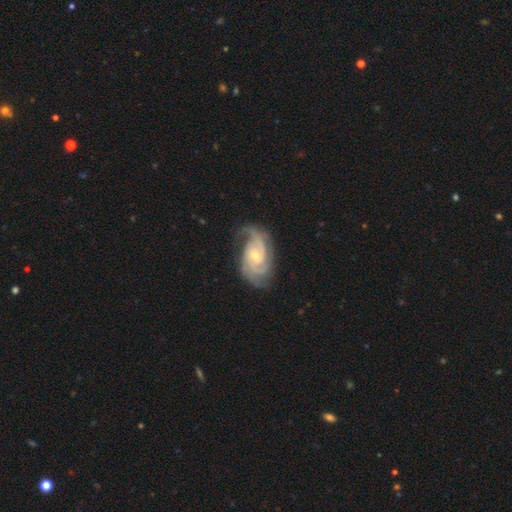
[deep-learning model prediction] A featured or disk galaxy (90%) with no bar (63%), 2 (41%) tight (45%) spiral arms (98%) and a small central bulge (60%). Merging: none (68%).